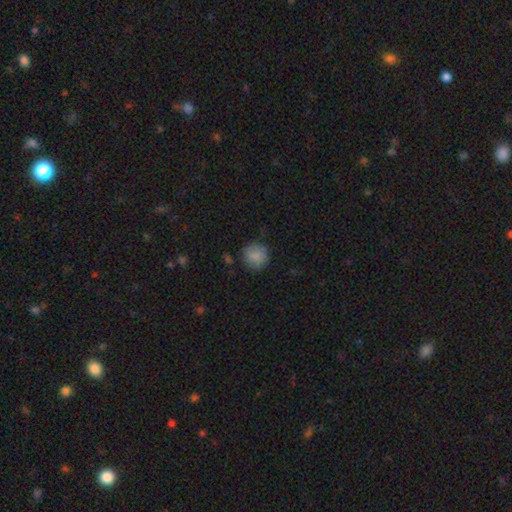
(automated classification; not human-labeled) This is clearly a smooth galaxy (87%). How rounded: clearly round (93%). Merging: clearly none (85%).